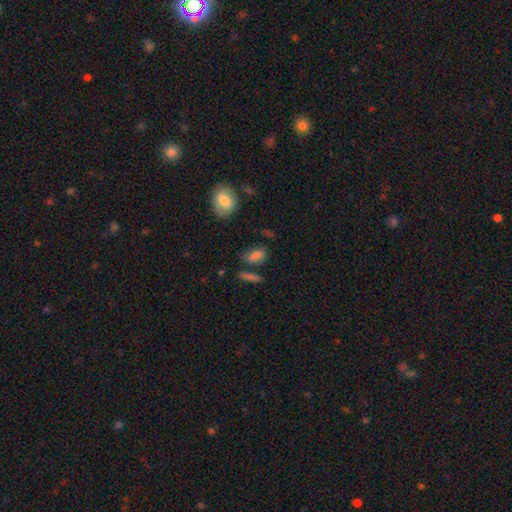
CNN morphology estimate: A smooth galaxy with no disk features (80%) that is in between round and cigar-shaped (79%). Merging: none (69%).